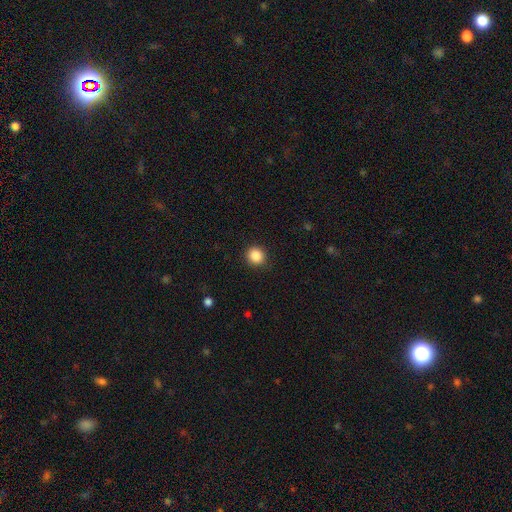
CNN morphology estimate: smooth 87%, star or artifact 10%, featured or disk 3%. Down the decision tree: how rounded — round (90%); merging — none (91%).